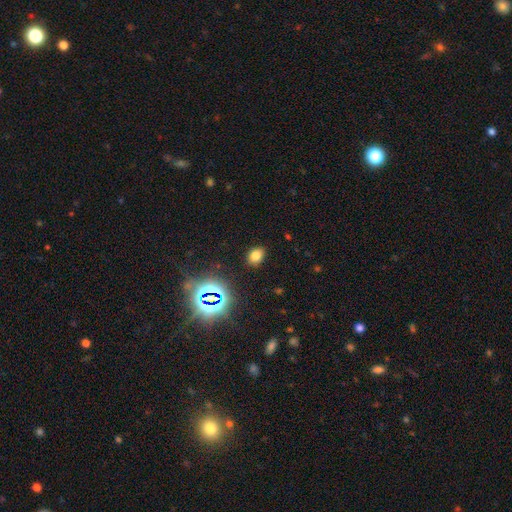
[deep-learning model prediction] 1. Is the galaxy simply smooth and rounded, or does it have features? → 72% smooth, 20% star or artifact, 7% featured or disk.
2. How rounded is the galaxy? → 69% in between, 30% round, 1% cigar-shaped.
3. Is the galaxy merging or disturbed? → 87% none, 9% minor disturbance, 3% major disturbance, 1% merger.